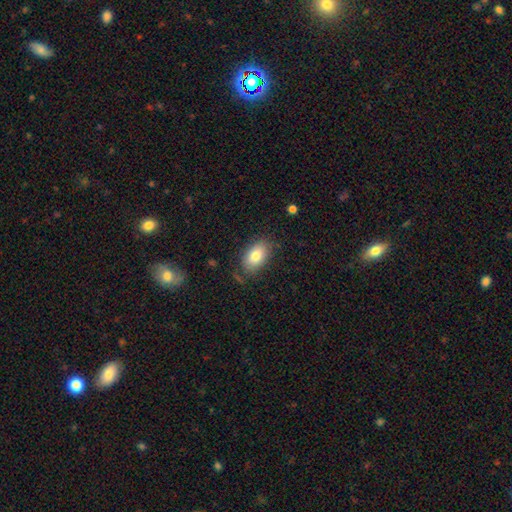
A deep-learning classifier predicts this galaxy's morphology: The model was most divided on "merging": none: 79%, minor disturbance: 15%, major disturbance: 4%, merger: 2%. More confident: how rounded — in between (91%); smooth or featured — smooth (81%).